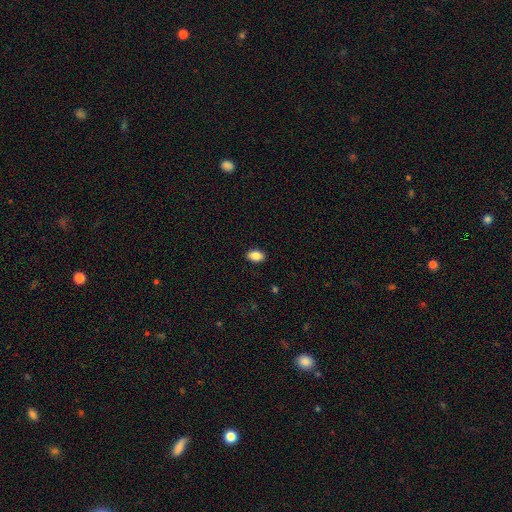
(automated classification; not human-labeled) smooth_or_featured: smooth (p=0.87) [alt: star or artifact p=0.08]
how_rounded: in between (p=0.89) [alt: round p=0.10]
merging: none (p=0.90) [alt: minor disturbance p=0.08]